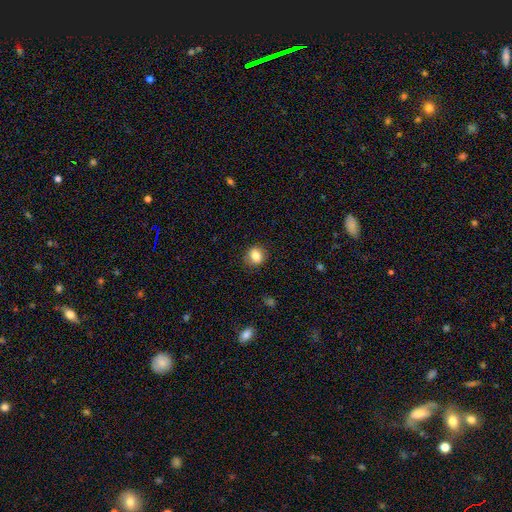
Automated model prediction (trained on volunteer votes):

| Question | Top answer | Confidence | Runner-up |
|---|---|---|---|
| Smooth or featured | smooth | 82% | star or artifact (10%) |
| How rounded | round | 64% | in between (35%) |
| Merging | none | 84% | minor disturbance (11%) |